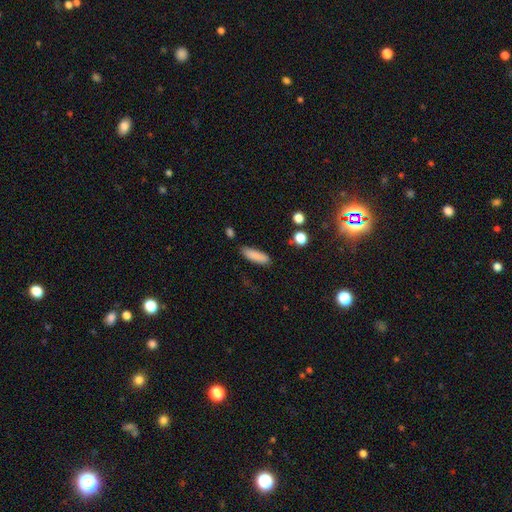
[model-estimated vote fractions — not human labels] Smooth or featured: smooth — 86% (star or artifact — 7%)
How rounded: cigar-shaped — 55% (in between — 43%)
Merging: none — 83% (minor disturbance — 12%)